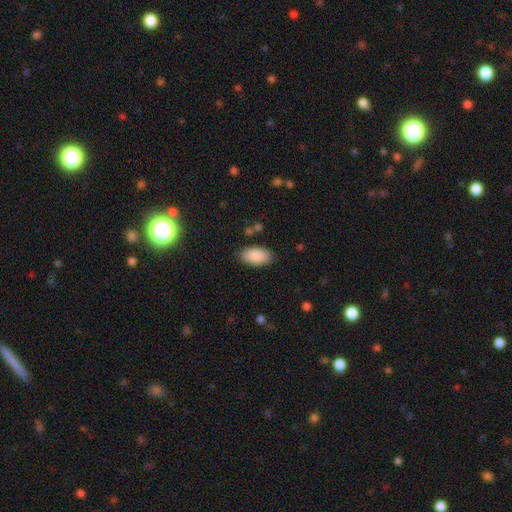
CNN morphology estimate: Smooth or featured: smooth — 88% (star or artifact — 7%)
How rounded: in between — 95% (round — 3%)
Merging: none — 85% (minor disturbance — 11%)